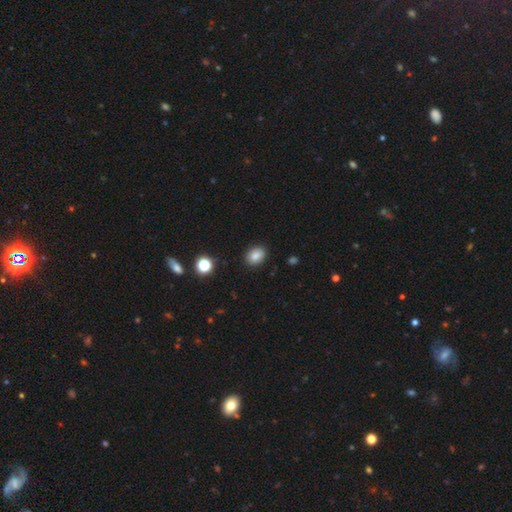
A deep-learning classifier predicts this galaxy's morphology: A smooth galaxy with no disk features (85%) that is in between round and cigar-shaped (68%). Merging: none (88%).